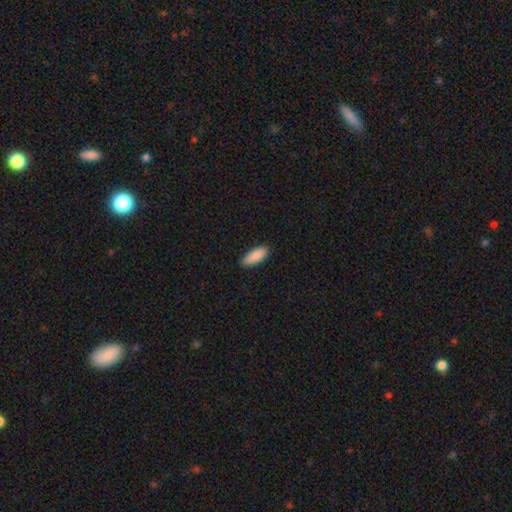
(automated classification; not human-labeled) smooth-or-featured: smooth: 90% | star or artifact: 6% | featured or disk: 4%
  how-rounded: in between: 78% | cigar-shaped: 20% | round: 2%
  merging: none: 88% | minor disturbance: 9% | major disturbance: 2% | merger: 1%